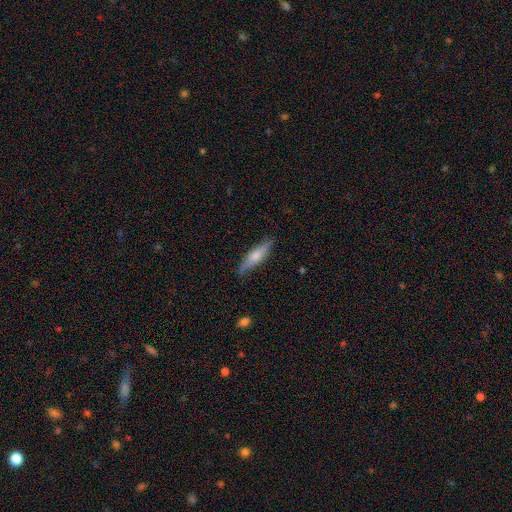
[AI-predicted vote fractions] Q: Smooth or featured?
A: smooth (53%); runner-up: featured or disk (41%)
Q: How rounded?
A: cigar-shaped (73%); runner-up: in between (25%)
Q: Merging?
A: none (81%); runner-up: minor disturbance (15%)